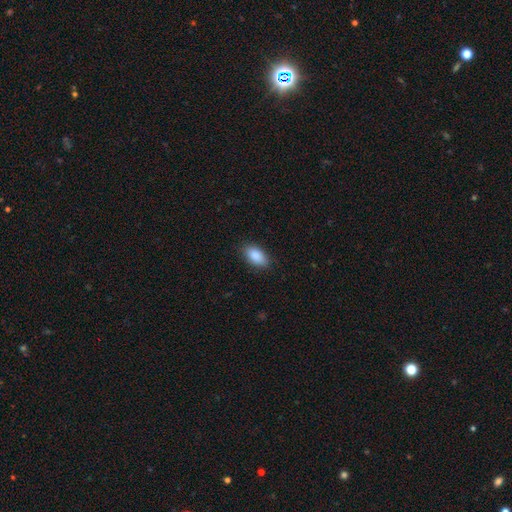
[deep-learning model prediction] This is clearly a smooth galaxy (88%). How rounded: clearly in between (92%). Merging: clearly none (84%).